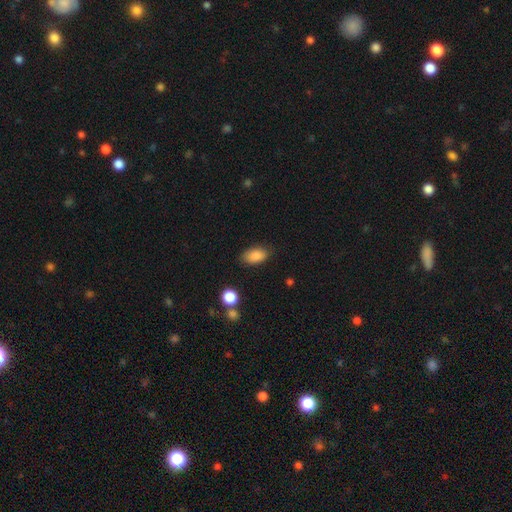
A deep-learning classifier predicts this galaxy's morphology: Smooth or featured: smooth — 88% (star or artifact — 8%)
How rounded: in between — 91% (round — 6%)
Merging: none — 82% (minor disturbance — 13%)